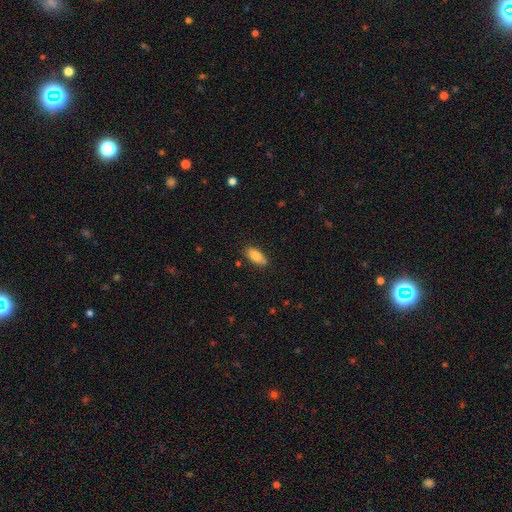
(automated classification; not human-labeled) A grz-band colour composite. It shows a smooth galaxy with no disk features (83%) that is in between round and cigar-shaped (87%). Merging: none (80%).